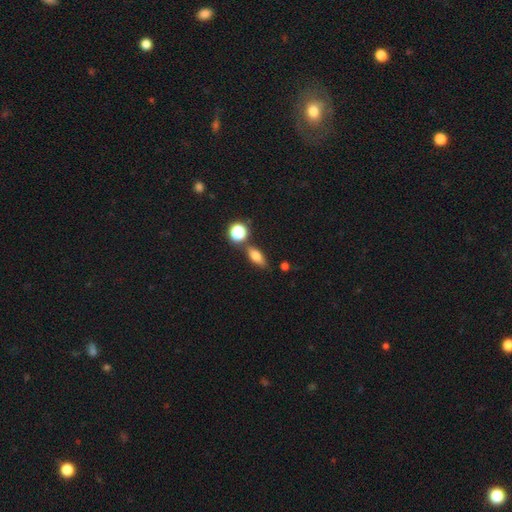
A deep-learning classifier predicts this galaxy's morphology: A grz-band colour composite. It shows a smooth galaxy with no disk features (67%) that is in between round and cigar-shaped (64%). Merging: none (73%).